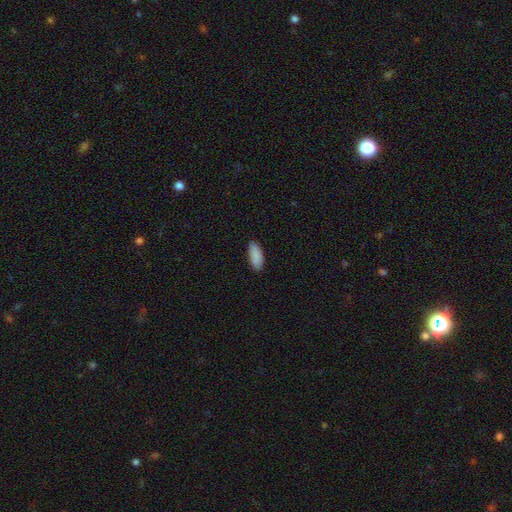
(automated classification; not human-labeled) Smooth or featured? Predicted: smooth (p=0.90). How rounded? Predicted: in between (p=0.80). Merging? Predicted: none (p=0.88).